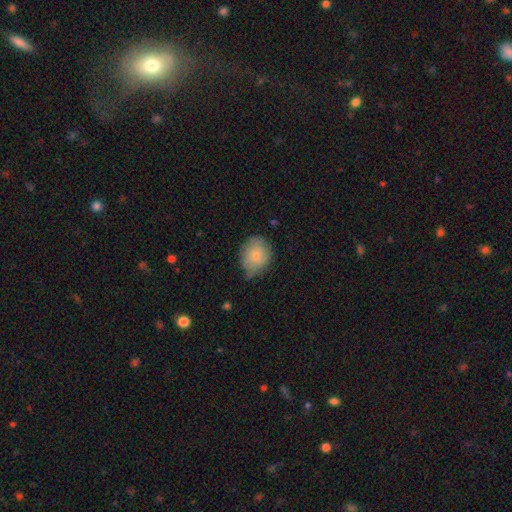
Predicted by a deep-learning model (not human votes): A smooth galaxy with no disk features (78%) that is round (57%). Merging: none (52%).